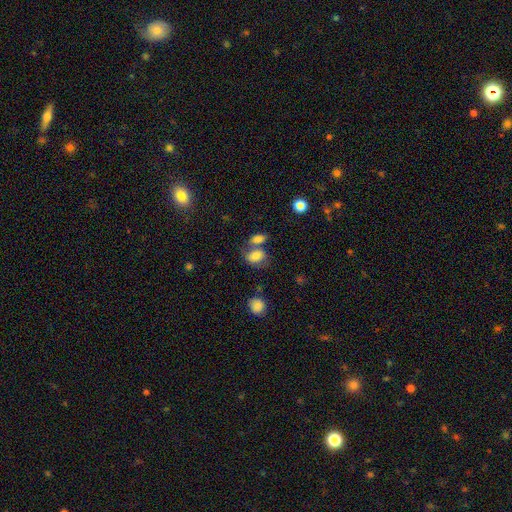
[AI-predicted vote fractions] Q: Smooth or featured?
A: smooth (79%); runner-up: featured or disk (12%)
Q: How rounded?
A: in between (73%); runner-up: round (25%)
Q: Merging?
A: none (42%); runner-up: merger (41%)